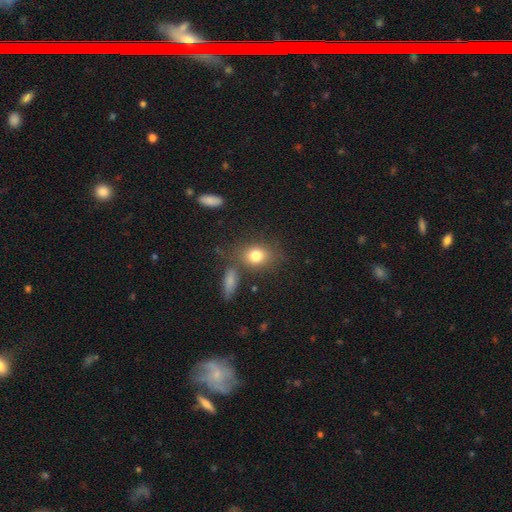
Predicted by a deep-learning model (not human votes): A smooth galaxy with no disk features (80%) that is in between round and cigar-shaped (51%).

Vote fractions:
- Smooth or featured? smooth: 80% / star or artifact: 11% / featured or disk: 10%
- How rounded? in between: 51% / round: 46% / cigar-shaped: 2%
- Merging? none: 67% / merger: 13% / minor disturbance: 13% / major disturbance: 6%